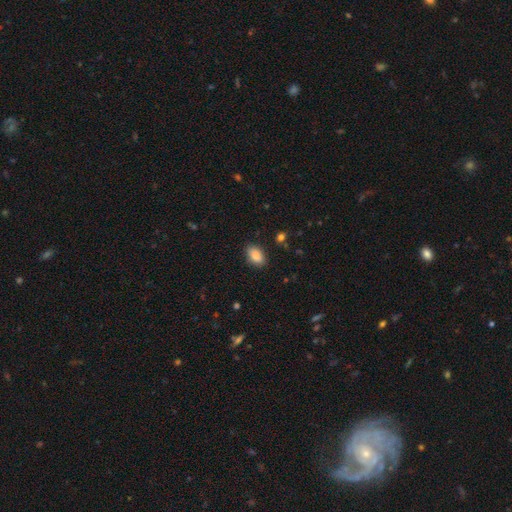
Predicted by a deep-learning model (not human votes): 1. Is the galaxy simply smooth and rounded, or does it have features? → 88% smooth, 8% star or artifact, 5% featured or disk.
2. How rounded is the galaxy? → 91% in between, 7% round, 2% cigar-shaped.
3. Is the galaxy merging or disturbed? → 87% none, 10% minor disturbance, 3% major disturbance, 1% merger.